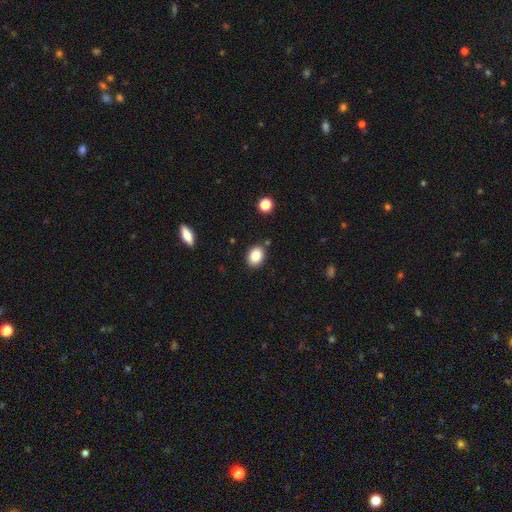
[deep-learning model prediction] Smooth or featured?
  - smooth: 85% *
  - star or artifact: 9%
  - featured or disk: 7%
How rounded?
  - in between: 65% *
  - round: 34%
  - cigar-shaped: 1%
Merging?
  - none: 85% *
  - minor disturbance: 9%
  - merger: 3%
  - major disturbance: 2%